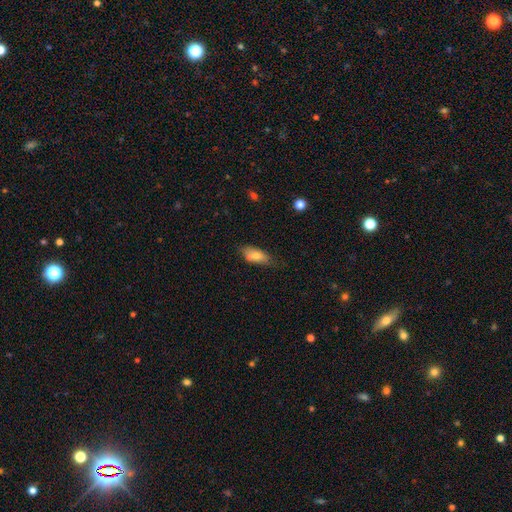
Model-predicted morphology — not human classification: Smooth or featured? Predicted: smooth (p=0.78). How rounded? Predicted: in between (p=0.85). Merging? Predicted: none (p=0.67).